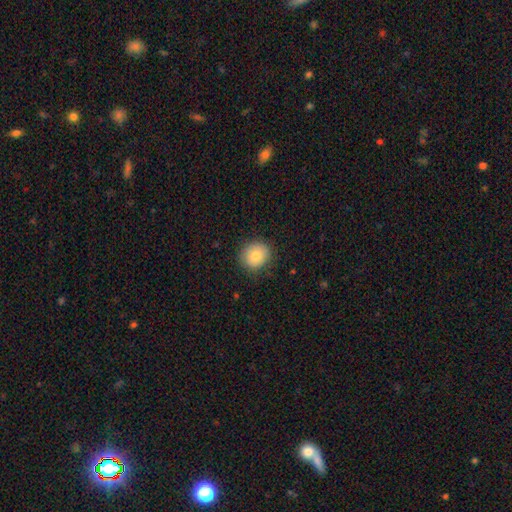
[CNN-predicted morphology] Q: Smooth or featured?
A: smooth (82%); runner-up: featured or disk (9%)
Q: How rounded?
A: round (81%); runner-up: in between (19%)
Q: Merging?
A: none (86%); runner-up: minor disturbance (10%)